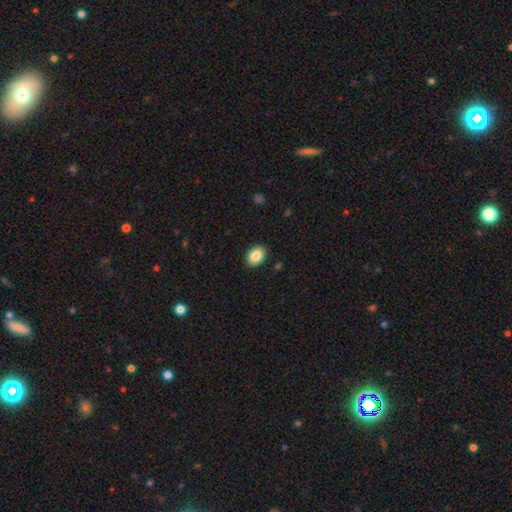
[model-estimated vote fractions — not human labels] A smooth galaxy with no disk features (87%) that is in between round and cigar-shaped (81%).

Vote fractions:
- Smooth or featured? smooth: 87% / star or artifact: 7% / featured or disk: 5%
- How rounded? in between: 81% / round: 18% / cigar-shaped: 1%
- Merging? none: 90% / minor disturbance: 7% / major disturbance: 2% / merger: 1%